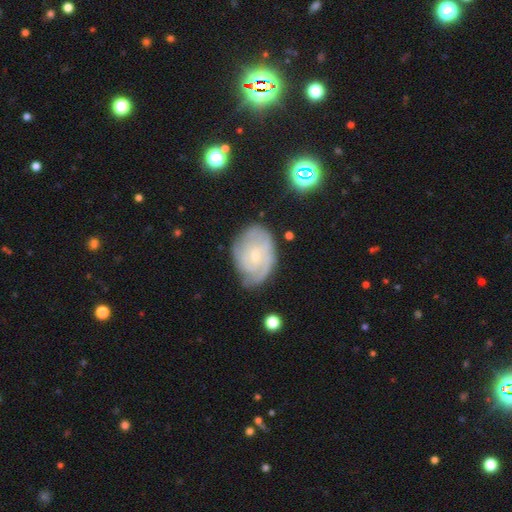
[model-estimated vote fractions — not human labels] smooth-or-featured: featured or disk: 73% | smooth: 20% | star or artifact: 7%
  disk-edge-on: no: 97% | yes: 3%
    bar: no: 67% | weak: 29% | strong: 4%
    has-spiral-arms: yes: 90% | no: 10%
      spiral-winding: tight: 62% | medium: 29% | loose: 9%
      spiral-arm-count: can't tell: 42% | 2: 28% | 3: 15% | 1: 7% | 4: 5% | more than 4: 4%
    bulge-size: small: 76% | moderate: 19% | none: 3% | large: 1% | dominant: 1%
  merging: none: 62% | minor disturbance: 26% | major disturbance: 10% | merger: 2%